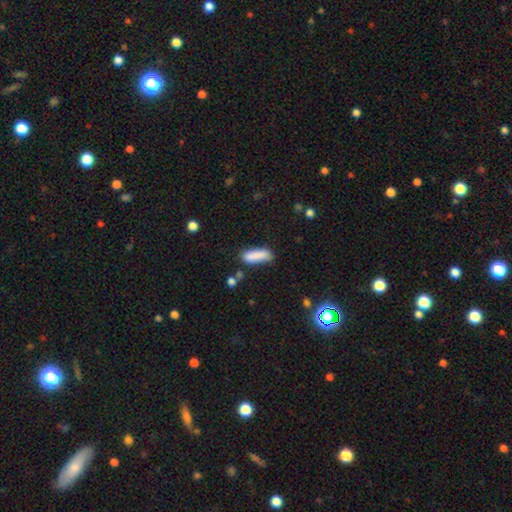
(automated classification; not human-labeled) Q: Smooth or featured?
A: smooth (86%); runner-up: star or artifact (7%)
Q: How rounded?
A: in between (52%); runner-up: cigar-shaped (46%)
Q: Merging?
A: none (67%); runner-up: minor disturbance (21%)